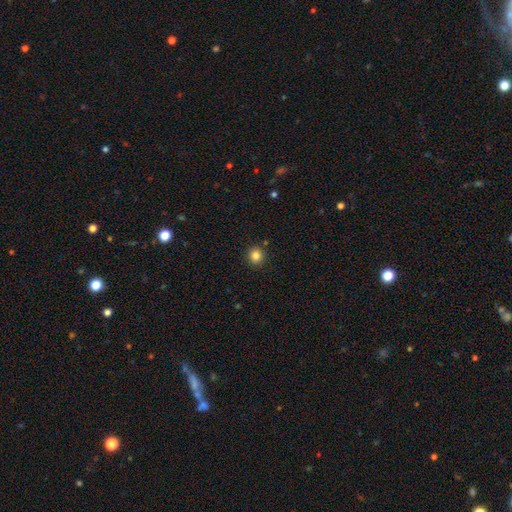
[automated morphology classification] smooth_or_featured: smooth (p=0.83) [alt: star or artifact p=0.12]
how_rounded: round (p=0.91) [alt: in between p=0.08]
merging: none (p=0.90) [alt: minor disturbance p=0.06]